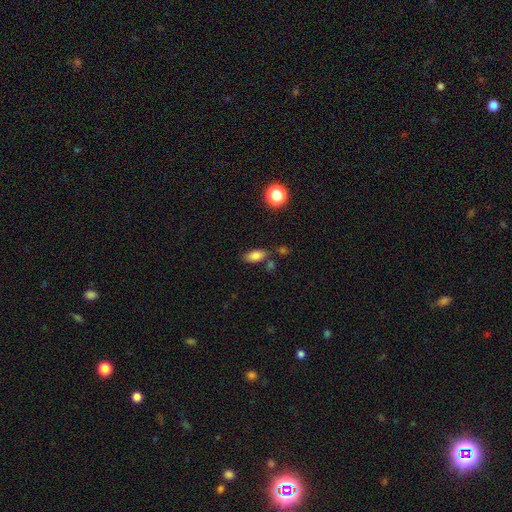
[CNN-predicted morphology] Overall: smooth (83%). How rounded: in between (89%). Merging: none (70%).